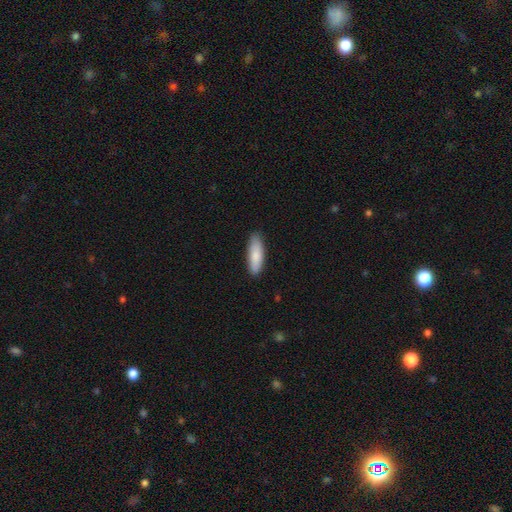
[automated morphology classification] Smooth or featured: smooth — 86% (featured or disk — 9%)
How rounded: cigar-shaped — 51% (in between — 48%)
Merging: none — 86% (minor disturbance — 11%)